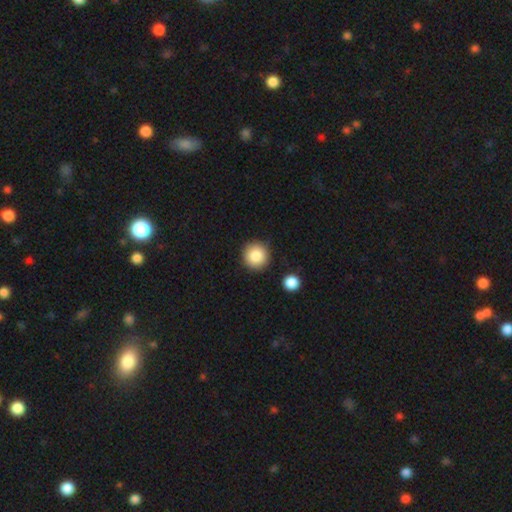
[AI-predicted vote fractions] Q: Smooth or featured?
A: smooth (86%); runner-up: star or artifact (9%)
Q: How rounded?
A: round (95%); runner-up: in between (4%)
Q: Merging?
A: none (88%); runner-up: minor disturbance (7%)